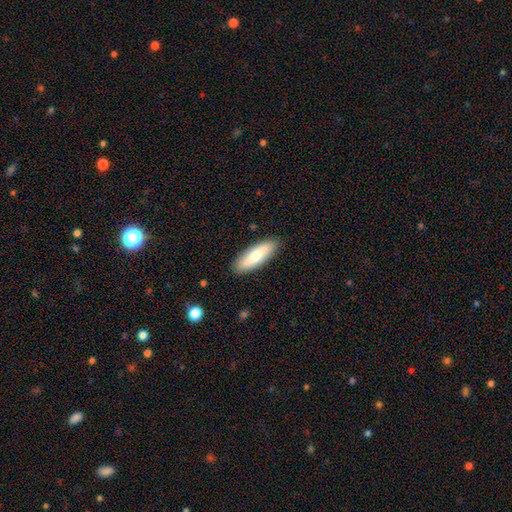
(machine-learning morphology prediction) smooth_or_featured: smooth (p=0.72) [alt: featured or disk p=0.23]
how_rounded: in between (p=0.56) [alt: cigar-shaped p=0.42]
merging: none (p=0.89) [alt: minor disturbance p=0.08]